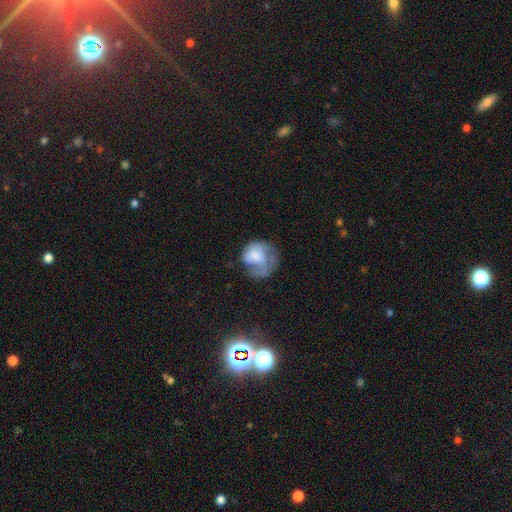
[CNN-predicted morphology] The model was most divided on "merging": major disturbance: 38%, none: 34%, minor disturbance: 25%, merger: 3%. More confident: how rounded — round (68%); smooth or featured — smooth (52%).